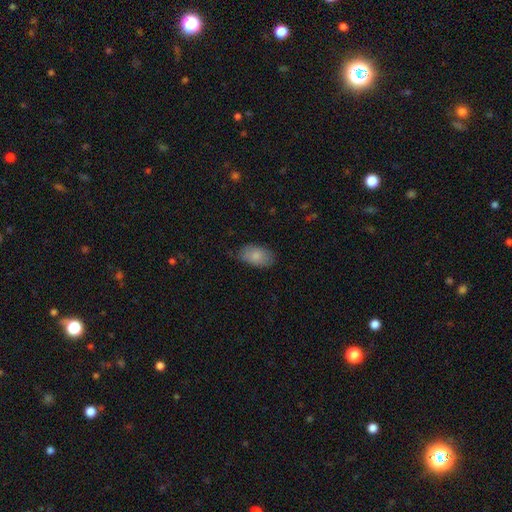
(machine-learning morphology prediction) Overall: smooth (83%). How rounded: in between (93%). Merging: none (73%).